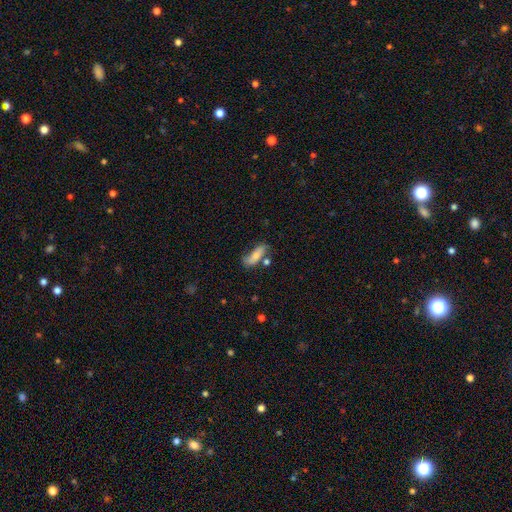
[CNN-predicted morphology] Q: Smooth or featured?
A: smooth (65%); runner-up: featured or disk (27%)
Q: How rounded?
A: in between (60%); runner-up: cigar-shaped (37%)
Q: Merging?
A: none (49%); runner-up: minor disturbance (25%)